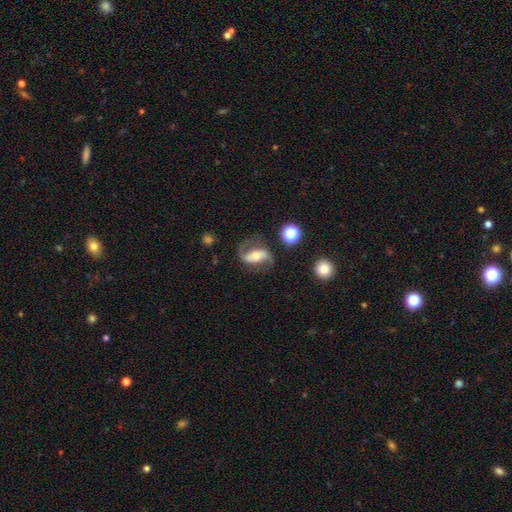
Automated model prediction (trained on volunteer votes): Smooth or featured?
  - featured or disk: 81% *
  - smooth: 12%
  - star or artifact: 7%
Edge-on disk?
  - no: 94% *
  - yes: 6%
Bar?
  - strong: 48% *
  - weak: 28%
  - no: 25%
Spiral arms?
  - yes: 93% *
  - no: 7%
Spiral winding?
  - loose: 54% *
  - medium: 35%
  - tight: 10%
Spiral arm count?
  - 2: 90% *
  - 1: 4%
  - can't tell: 3%
  - 3: 1%
  - 4: 1%
  - more than 4: 1%
Bulge size?
  - moderate: 60% *
  - small: 28%
  - large: 9%
  - dominant: 2%
  - none: 2%
Merging?
  - none: 71% *
  - minor disturbance: 16%
  - major disturbance: 11%
  - merger: 3%